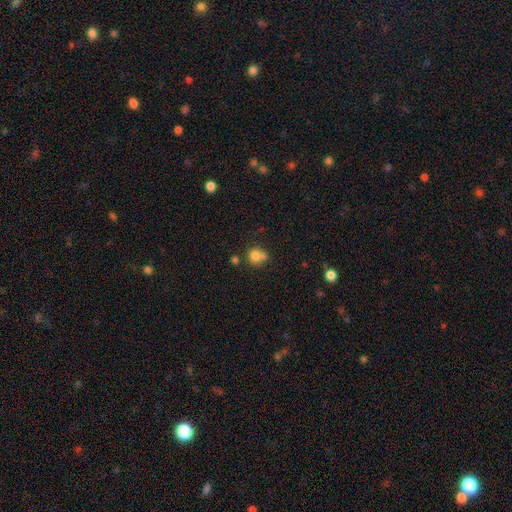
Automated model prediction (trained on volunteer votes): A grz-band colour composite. It shows a smooth galaxy with no disk features (77%) that is round (78%). Merging: none (43%).